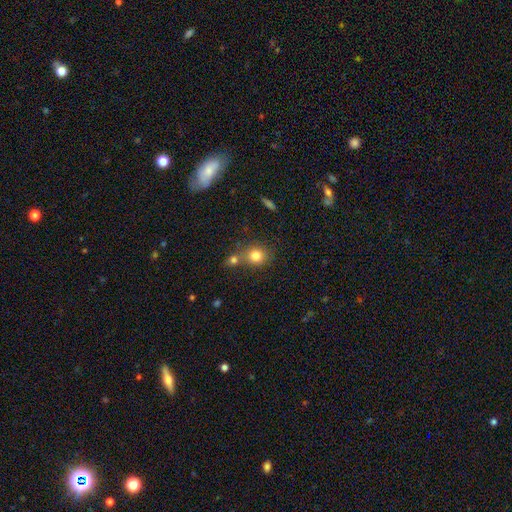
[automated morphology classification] Smooth or featured? smooth (80%)
How rounded? round (81%)
Merging? none (58%)